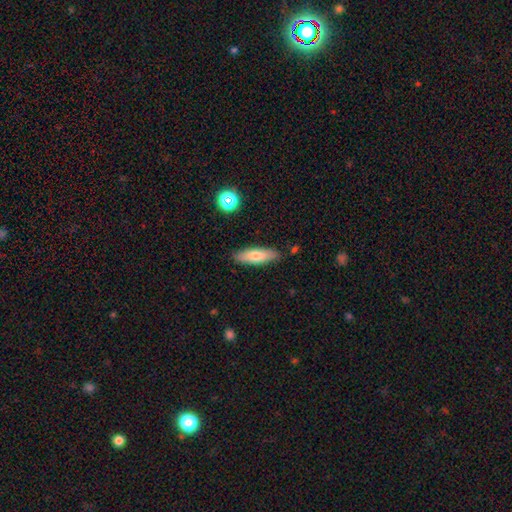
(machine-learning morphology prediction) A smooth galaxy with no disk features (71%) that is cigar-shaped (50%). Merging: none (86%).